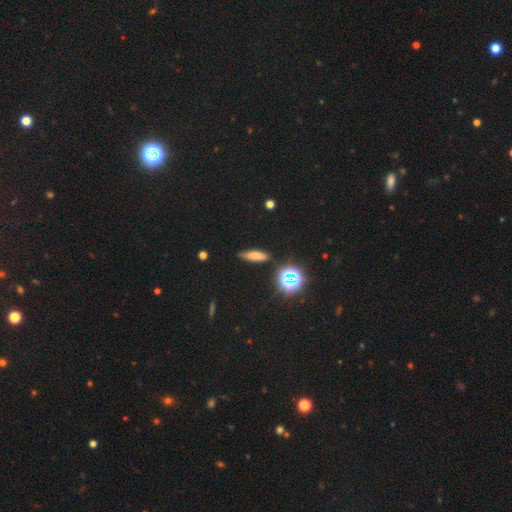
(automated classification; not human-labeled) Smooth or featured? smooth (67%)
How rounded? cigar-shaped (57%)
Merging? none (78%)